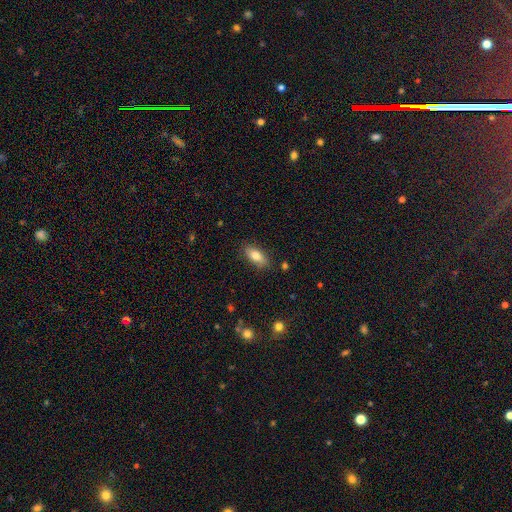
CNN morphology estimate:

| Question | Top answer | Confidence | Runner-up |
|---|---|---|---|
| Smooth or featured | smooth | 80% | featured or disk (13%) |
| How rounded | in between | 85% | cigar-shaped (12%) |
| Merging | none | 85% | minor disturbance (11%) |